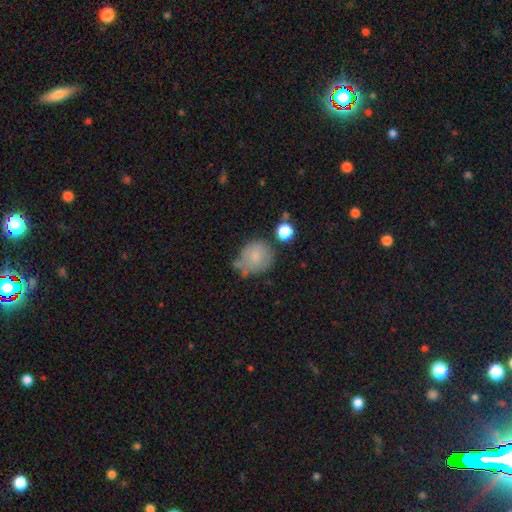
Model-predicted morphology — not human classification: smooth_or_featured: smooth (p=0.75) [alt: featured or disk p=0.15]
how_rounded: round (p=0.74) [alt: in between p=0.25]
merging: none (p=0.47) [alt: minor disturbance p=0.29]